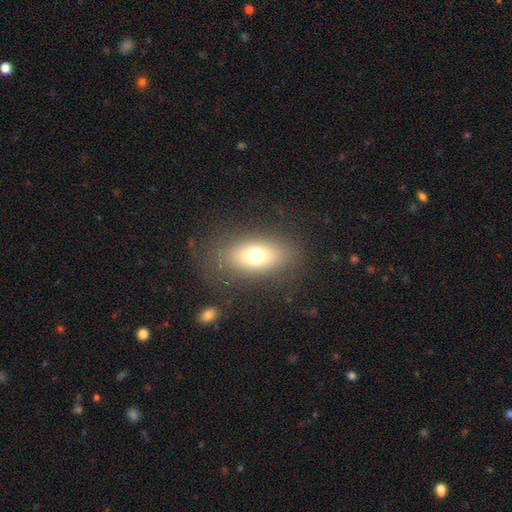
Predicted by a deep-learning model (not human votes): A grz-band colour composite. It shows a smooth galaxy with no disk features (70%) that is in between round and cigar-shaped (81%). Merging: none (79%).